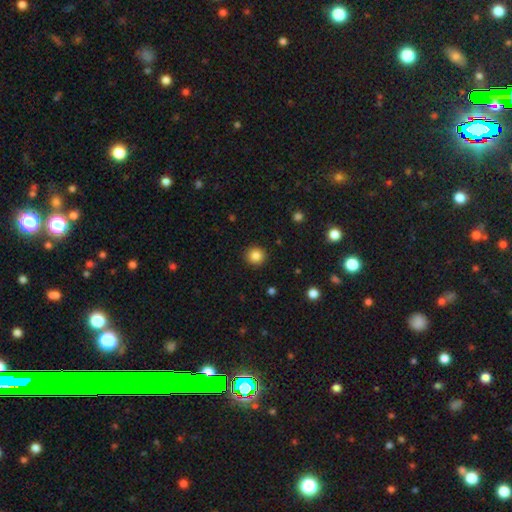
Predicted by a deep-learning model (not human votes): Overall: smooth (86%). How rounded: round (93%). Merging: none (92%).